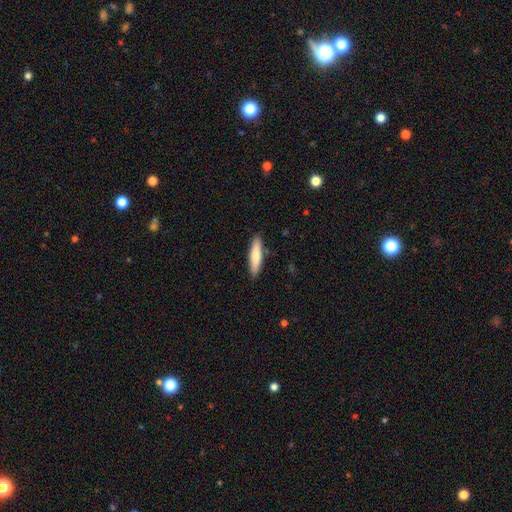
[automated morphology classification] A smooth galaxy with no disk features (77%) that is cigar-shaped (75%). Merging: none (87%).